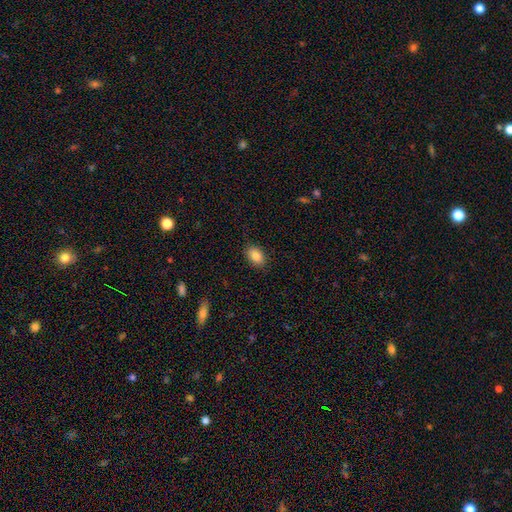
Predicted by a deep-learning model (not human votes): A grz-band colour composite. It shows a smooth galaxy with no disk features (87%) that is in between round and cigar-shaped (85%). Merging: none (87%).